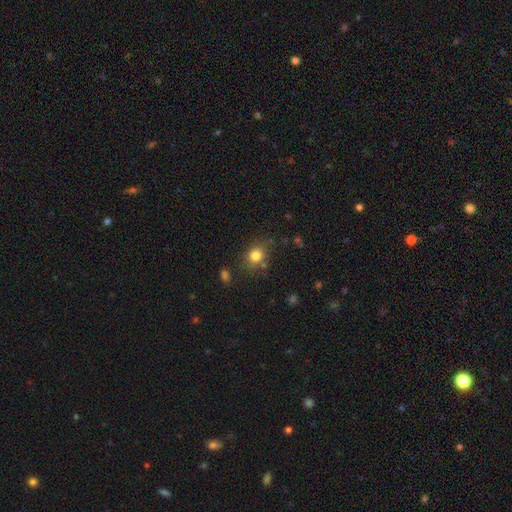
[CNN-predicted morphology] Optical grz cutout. It shows a smooth galaxy with no disk features (82%) that is round (65%). Merging: none (75%).